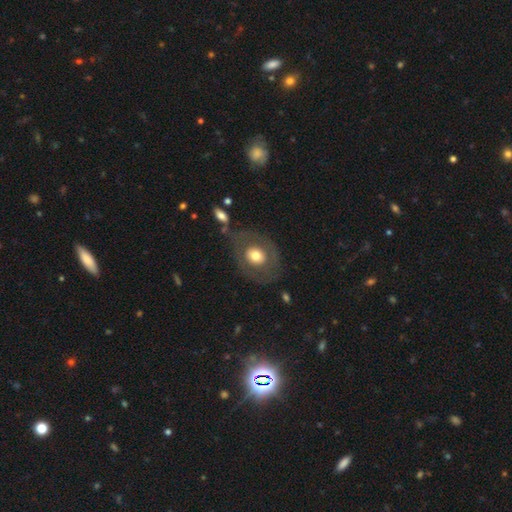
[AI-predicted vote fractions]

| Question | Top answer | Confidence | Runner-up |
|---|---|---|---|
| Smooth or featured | smooth | 54% | featured or disk (39%) |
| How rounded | round | 51% | in between (48%) |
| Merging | none | 73% | minor disturbance (14%) |